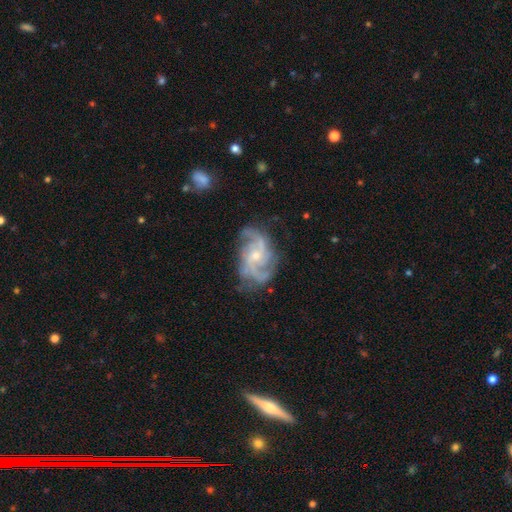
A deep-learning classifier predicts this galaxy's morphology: Overall: featured or disk (89%). Edge-on disk: no (97%). Bar: no (60%; weak 33%). Spiral arms: yes (97%). Spiral arm count: 2 (45%; 3 28%). Spiral winding: medium (52%; tight 29%). Bulge size: small (62%; moderate 34%). Merging: none (69%).